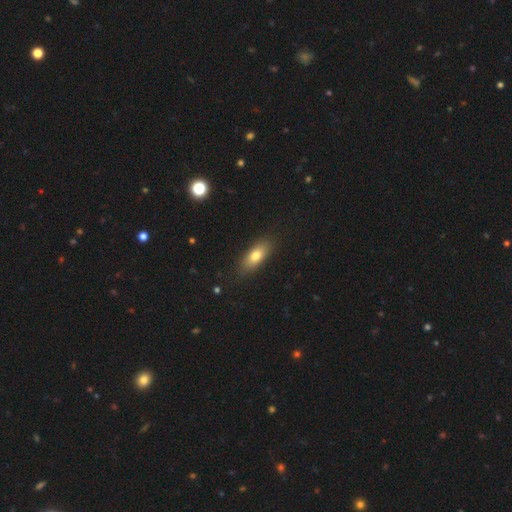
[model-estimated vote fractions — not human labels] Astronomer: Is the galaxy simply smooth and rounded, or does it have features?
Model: smooth — 77%.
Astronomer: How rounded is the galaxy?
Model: in between — 75%.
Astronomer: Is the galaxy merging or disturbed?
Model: none — 84%.